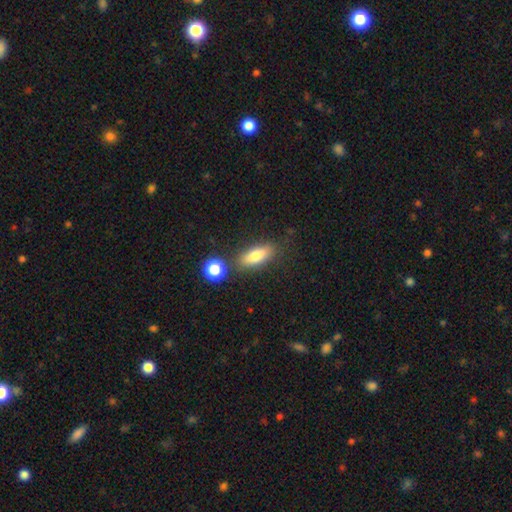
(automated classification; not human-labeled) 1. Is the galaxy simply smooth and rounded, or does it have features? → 78% smooth, 13% featured or disk, 8% star or artifact.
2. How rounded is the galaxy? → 69% in between, 27% cigar-shaped, 4% round.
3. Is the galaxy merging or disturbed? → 76% none, 12% minor disturbance, 8% merger, 4% major disturbance.